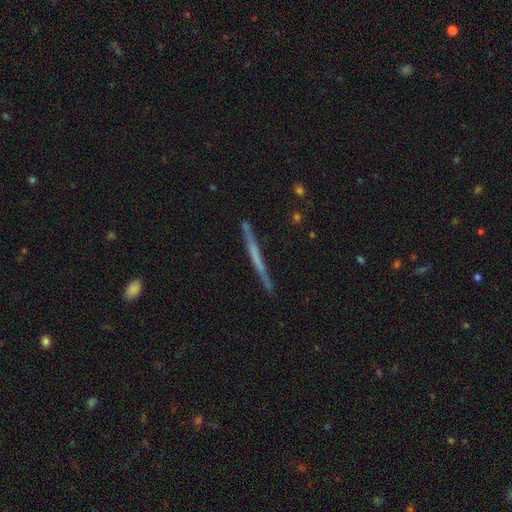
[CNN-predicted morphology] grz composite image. It shows a featured or disk galaxy (57%) viewed edge-on (97%) with no central bulge (86%). Merging: none (88%).